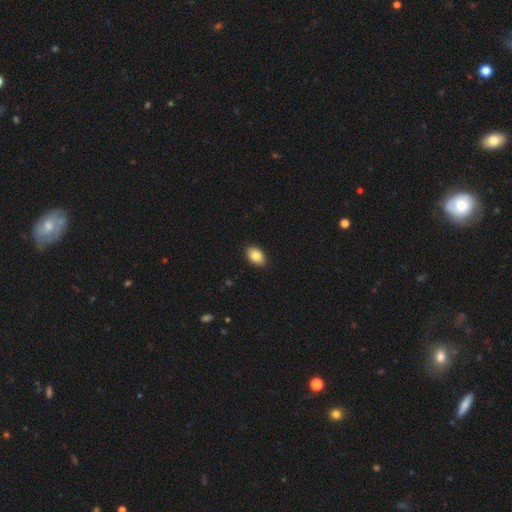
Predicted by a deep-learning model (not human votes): Smooth or featured?
  - smooth: 83% *
  - featured or disk: 9%
  - star or artifact: 7%
How rounded?
  - in between: 89% *
  - round: 10%
  - cigar-shaped: 1%
Merging?
  - none: 90% *
  - minor disturbance: 7%
  - major disturbance: 2%
  - merger: 1%